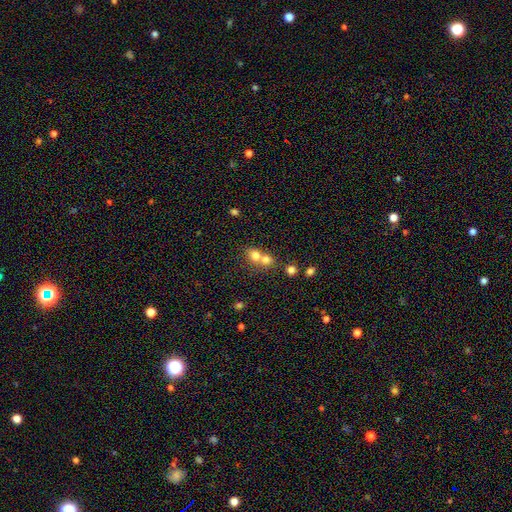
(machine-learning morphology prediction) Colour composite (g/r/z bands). It shows a smooth galaxy with no disk features (74%) that is round (69%). Merging: merger (62%).